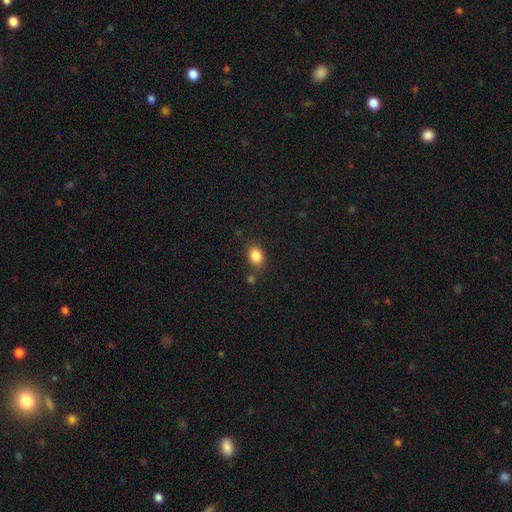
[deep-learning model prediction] Overall: smooth (85%). How rounded: in between (67%; round 31%). Merging: none (78%).